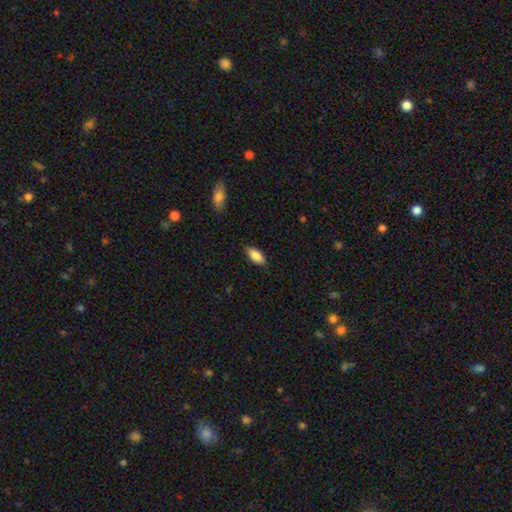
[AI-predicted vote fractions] smooth 81%, featured or disk 12%, star or artifact 7%. Down the decision tree: how rounded — in between (83%); merging — none (83%).